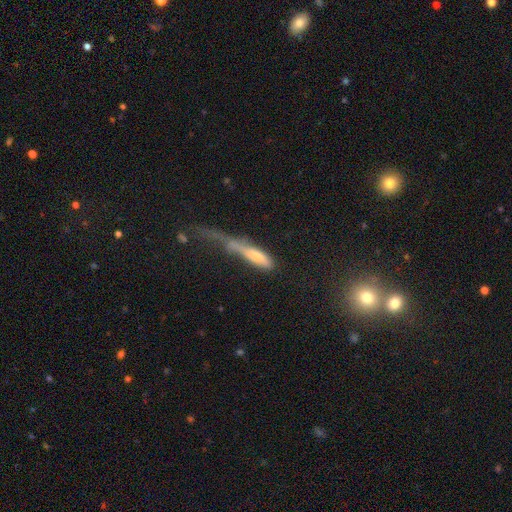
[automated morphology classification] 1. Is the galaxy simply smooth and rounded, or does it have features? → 60% smooth, 30% featured or disk, 9% star or artifact.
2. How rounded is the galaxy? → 73% cigar-shaped, 25% in between, 3% round.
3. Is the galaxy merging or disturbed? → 50% major disturbance, 20% minor disturbance, 17% none, 13% merger.